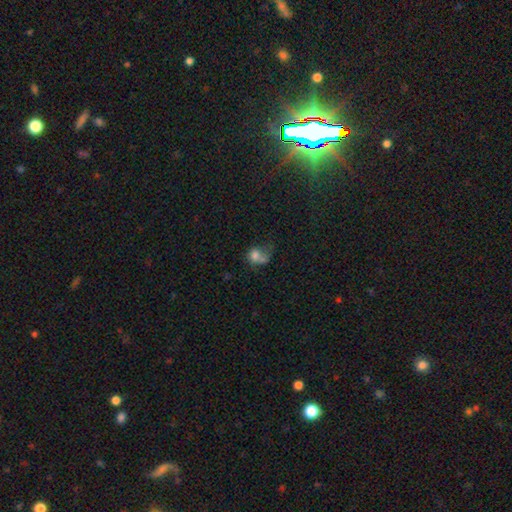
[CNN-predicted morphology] smooth-or-featured: smooth: 67% | featured or disk: 20% | star or artifact: 13%
  how-rounded: round: 55% | in between: 44% | cigar-shaped: 1%
  merging: merger: 40% | major disturbance: 26% | none: 20% | minor disturbance: 14%